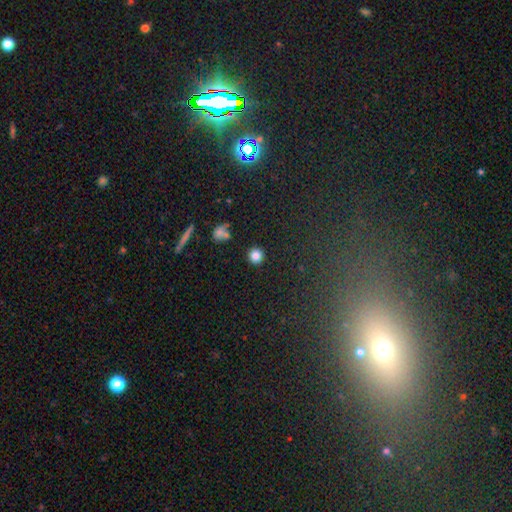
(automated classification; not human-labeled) Smooth or featured: smooth — 84% (star or artifact — 11%)
How rounded: round — 94% (in between — 5%)
Merging: none — 89% (minor disturbance — 6%)